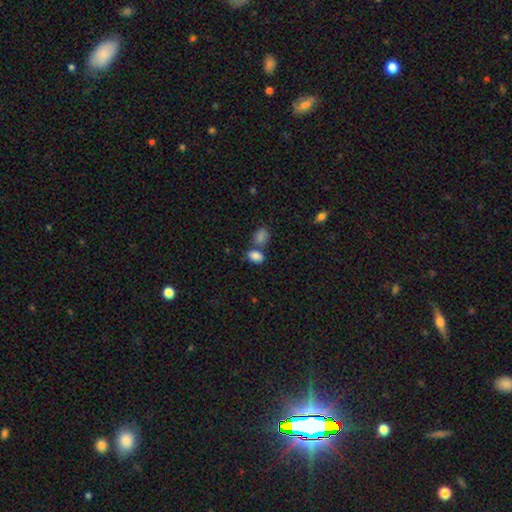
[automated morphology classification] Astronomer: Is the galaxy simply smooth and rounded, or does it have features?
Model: smooth — 85%.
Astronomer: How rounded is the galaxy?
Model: in between — 88%.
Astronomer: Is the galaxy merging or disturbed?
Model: none — 51% (runner-up: merger, 32%).